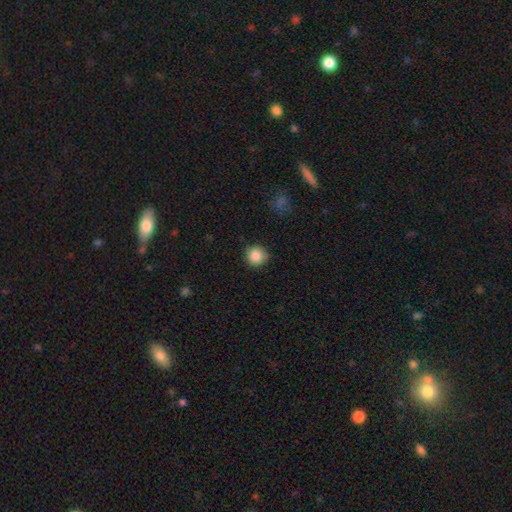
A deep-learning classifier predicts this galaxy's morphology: smooth 86%, star or artifact 9%, featured or disk 4%. Down the decision tree: how rounded — round (93%); merging — none (85%).